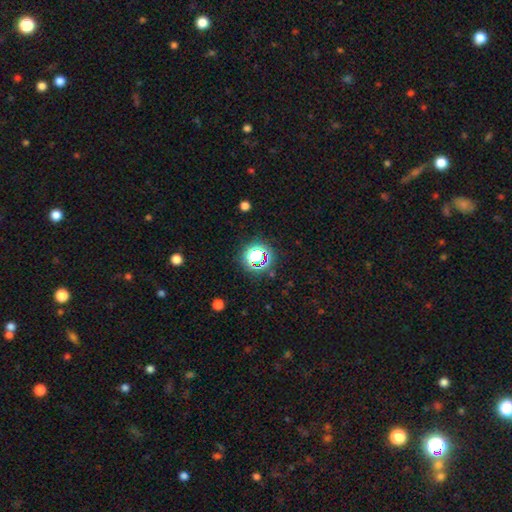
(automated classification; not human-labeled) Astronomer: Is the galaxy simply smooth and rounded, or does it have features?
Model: star or artifact — 64%.